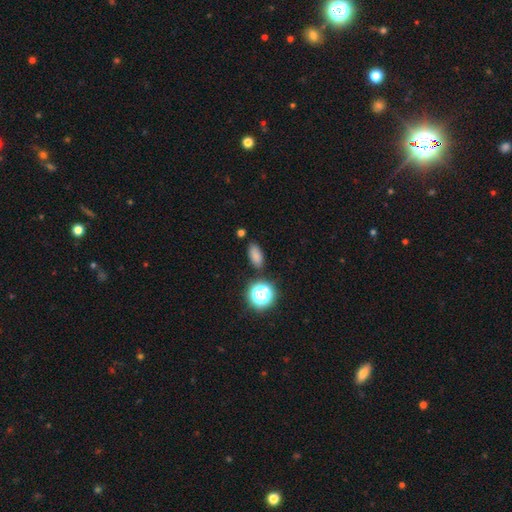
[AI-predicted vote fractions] The model was most divided on "smooth or featured": smooth: 78%, star or artifact: 17%, featured or disk: 5%. More confident: how rounded — in between (84%); merging — none (84%).